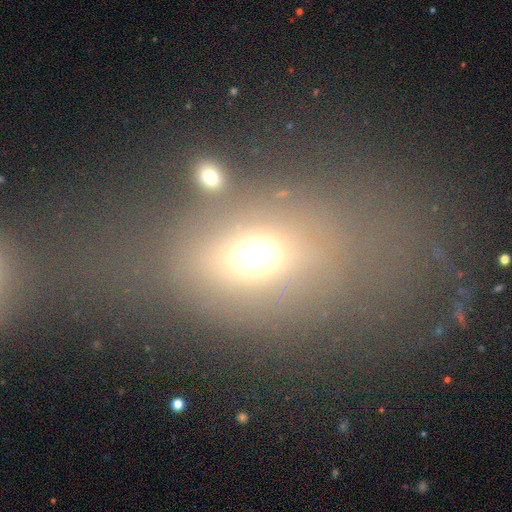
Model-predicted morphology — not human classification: Smooth or featured?
  - smooth: 62% *
  - star or artifact: 19%
  - featured or disk: 19%
How rounded?
  - in between: 68% *
  - round: 28%
  - cigar-shaped: 4%
Merging?
  - none: 47% *
  - major disturbance: 24%
  - minor disturbance: 17%
  - merger: 11%